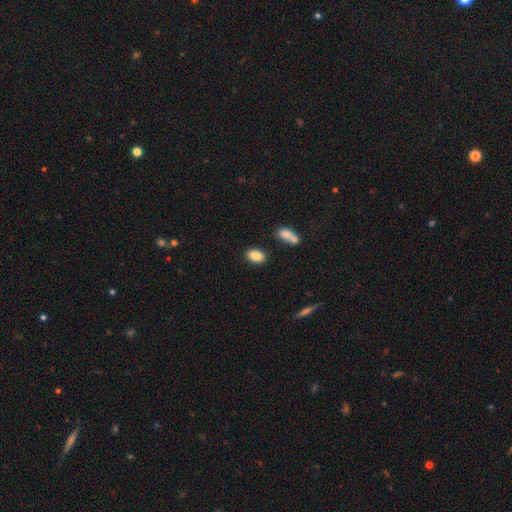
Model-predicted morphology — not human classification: The model was most divided on "merging": none: 84%, minor disturbance: 10%, merger: 4%, major disturbance: 3%. More confident: how rounded — in between (87%); smooth or featured — smooth (87%).